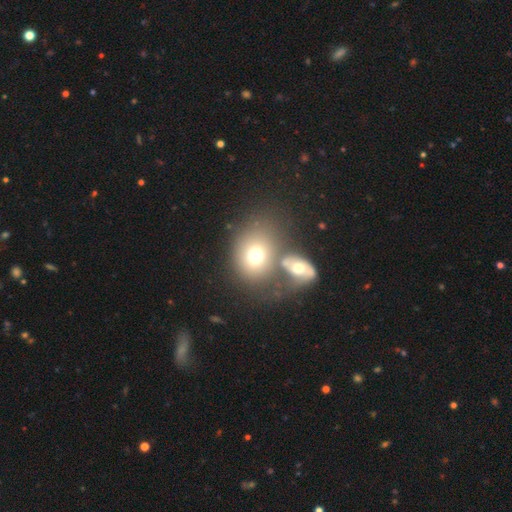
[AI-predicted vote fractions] A smooth galaxy with no disk features (70%) that is round (52%).

Vote fractions:
- Smooth or featured? smooth: 70% / featured or disk: 20% / star or artifact: 11%
- How rounded? round: 52% / in between: 47% / cigar-shaped: 1%
- Merging? none: 42% / merger: 37% / minor disturbance: 13% / major disturbance: 9%